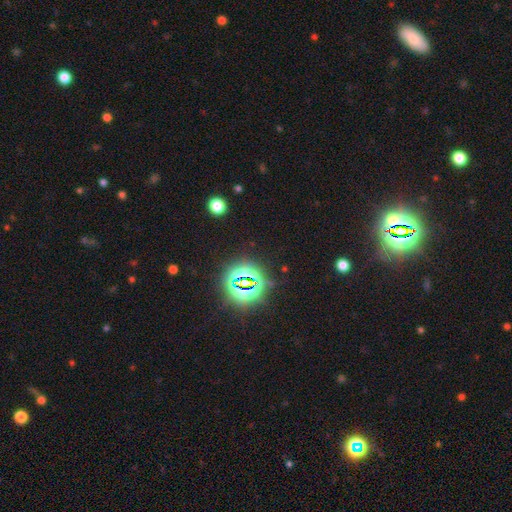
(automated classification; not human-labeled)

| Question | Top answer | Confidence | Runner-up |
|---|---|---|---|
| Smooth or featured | star or artifact | 82% | smooth (12%) |